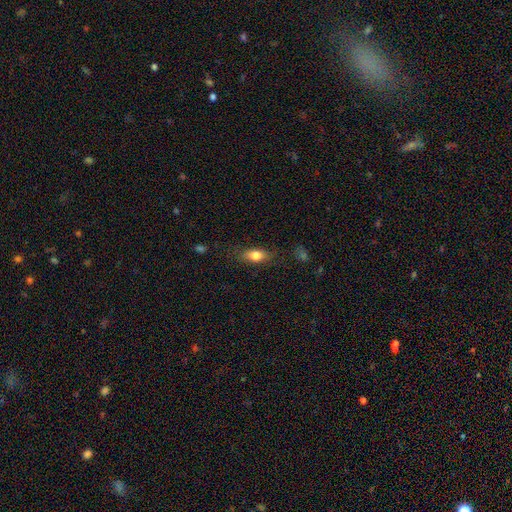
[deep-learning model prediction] smooth_or_featured: smooth (p=0.76) [alt: featured or disk p=0.15]
how_rounded: in between (p=0.77) [alt: cigar-shaped p=0.15]
merging: none (p=0.78) [alt: minor disturbance p=0.16]